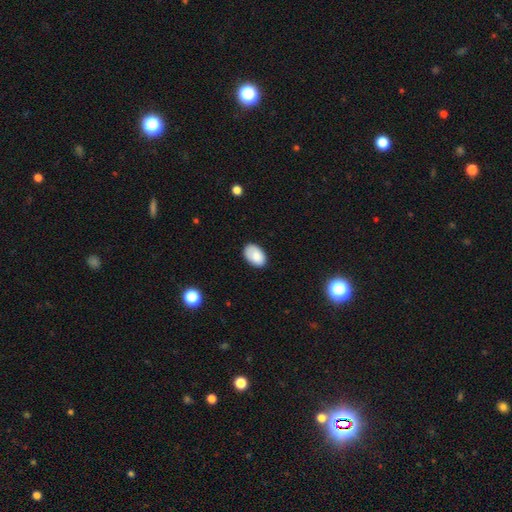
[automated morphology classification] This is clearly a smooth galaxy (84%). How rounded: clearly in between (91%). Merging: likely none (80%).